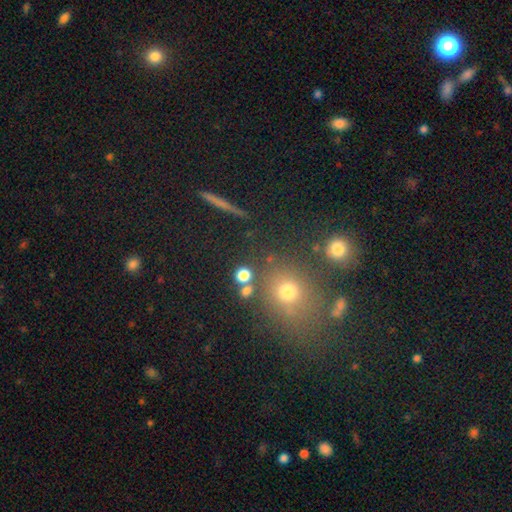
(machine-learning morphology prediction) smooth-or-featured: smooth: 51% | star or artifact: 35% | featured or disk: 14%
  how-rounded: round: 67% | in between: 30% | cigar-shaped: 3%
  merging: none: 74% | merger: 11% | minor disturbance: 11% | major disturbance: 5%